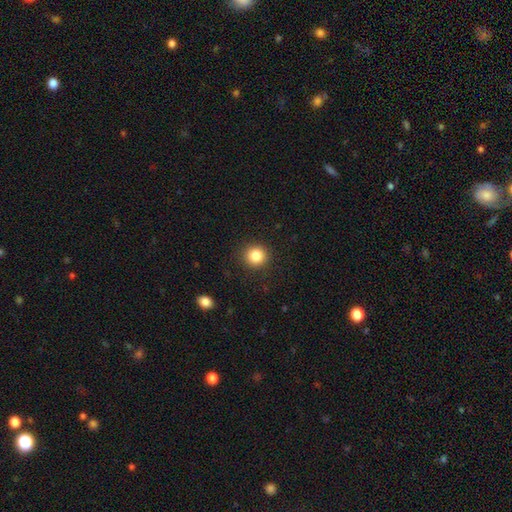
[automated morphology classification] The model was most divided on "smooth or featured": smooth: 84%, star or artifact: 11%, featured or disk: 5%. More confident: how rounded — round (92%); merging — none (91%).